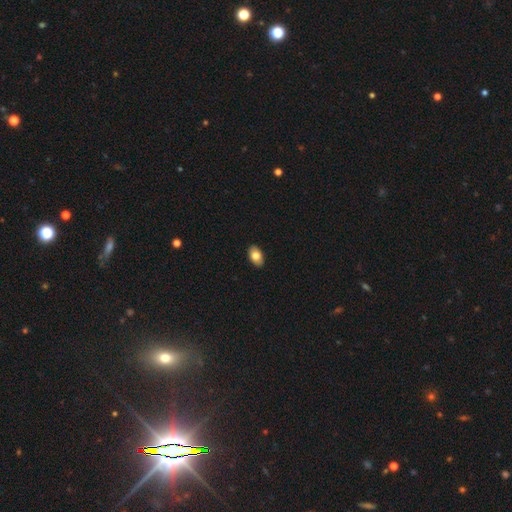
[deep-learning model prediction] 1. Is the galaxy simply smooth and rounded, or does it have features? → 77% smooth, 16% featured or disk, 7% star or artifact.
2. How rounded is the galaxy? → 91% in between, 7% round, 1% cigar-shaped.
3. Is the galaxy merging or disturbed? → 90% none, 8% minor disturbance, 2% major disturbance, 1% merger.